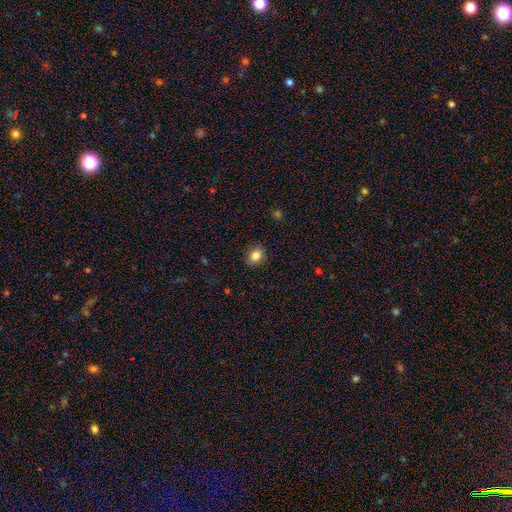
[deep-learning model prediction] This appears to be a smooth galaxy with no disk features (85%) that is round (54%). Merging: none (87%).